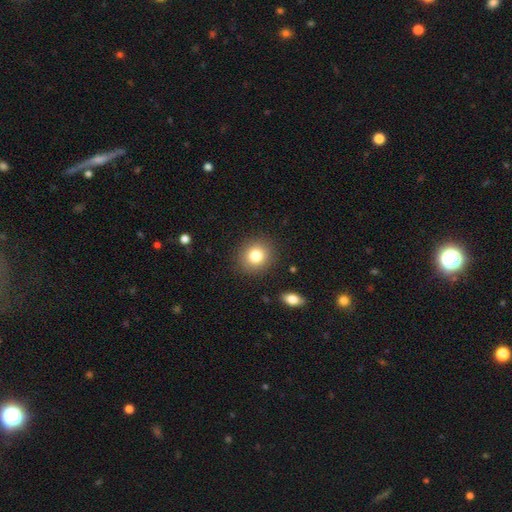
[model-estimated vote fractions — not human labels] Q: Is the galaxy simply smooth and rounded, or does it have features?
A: smooth — 80%.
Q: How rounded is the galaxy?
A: round — 81%.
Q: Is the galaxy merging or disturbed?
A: none — 88%.